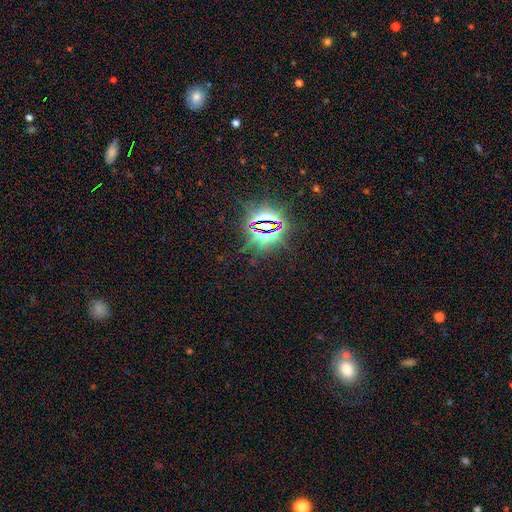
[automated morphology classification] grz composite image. It shows a star or artifact, not a galaxy (82%).